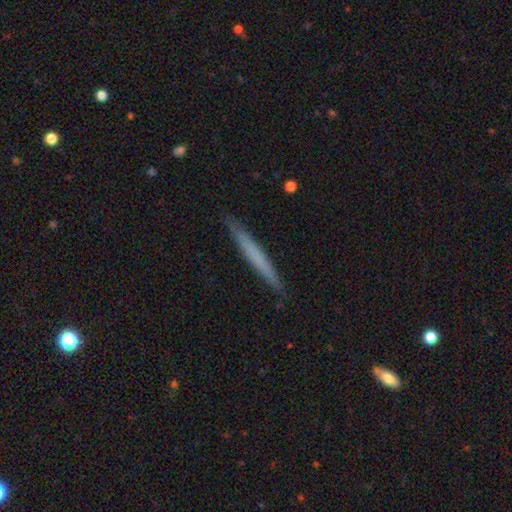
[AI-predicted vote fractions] A smooth galaxy with no disk features (56%) that is cigar-shaped (97%).

Vote fractions:
- Smooth or featured? smooth: 56% / featured or disk: 38% / star or artifact: 6%
- How rounded? cigar-shaped: 97% / in between: 2% / round: 1%
- Merging? none: 90% / minor disturbance: 8% / major disturbance: 1% / merger: 1%